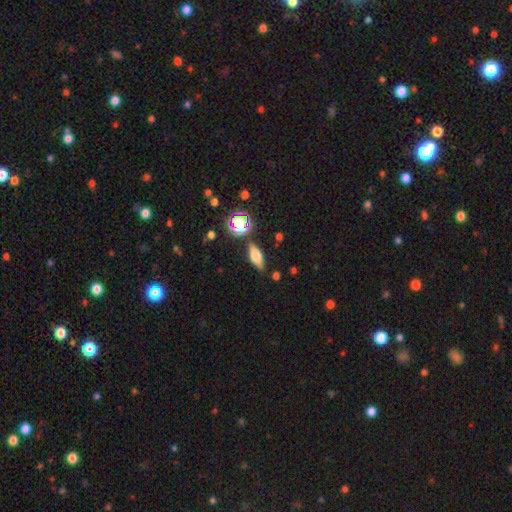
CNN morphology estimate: Overall: smooth (52%; featured or disk 33%). How rounded: in between (64%; cigar-shaped 28%). Merging: none (81%).